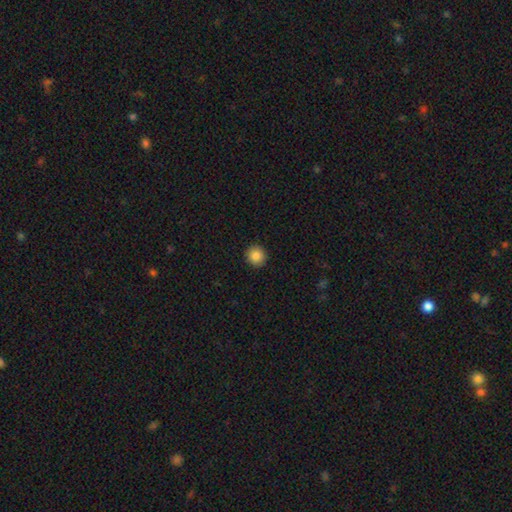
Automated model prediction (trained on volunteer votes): Morphology: type=smooth (86%); roundness=round (92%); merging=none (92%).